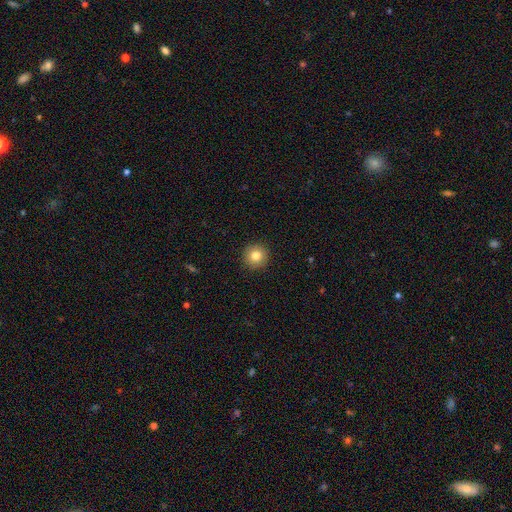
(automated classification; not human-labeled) This appears to be a smooth galaxy with no disk features (82%) that is round (95%). Merging: none (92%).